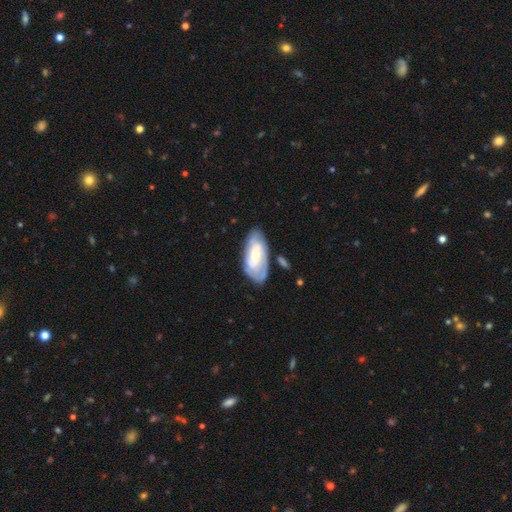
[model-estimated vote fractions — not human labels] Smooth or featured: featured or disk — 70% (smooth — 25%)
Edge-on disk: no — 94% (yes — 6%)
Bar: no — 49% (weak — 37%)
Spiral arms: yes — 86% (no — 14%)
Spiral winding: tight — 58% (medium — 32%)
Spiral arm count: 2 — 43% (can't tell — 36%)
Bulge size: small — 52% (moderate — 41%)
Merging: none — 70% (minor disturbance — 19%)